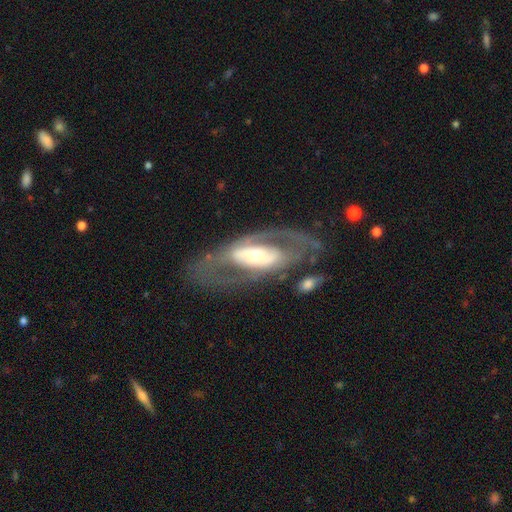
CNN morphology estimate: smooth_or_featured: featured or disk (p=0.76) [alt: smooth p=0.18]
disk_edge_on: no (p=0.88) [alt: yes p=0.12]
bar: no (p=0.42) [alt: strong p=0.33]
has_spiral_arms: yes (p=0.55) [alt: no p=0.45]
bulge_size: moderate (p=0.50) [alt: small p=0.31]
merging: none (p=0.66) [alt: major disturbance p=0.16]